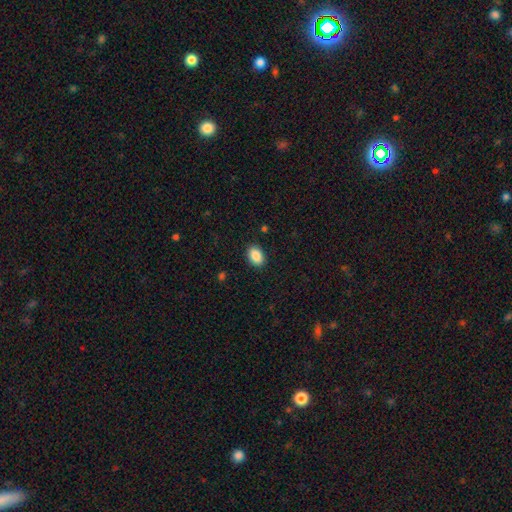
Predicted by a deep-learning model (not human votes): This appears to be a smooth galaxy with no disk features (89%) that is in between round and cigar-shaped (85%). Merging: none (89%).